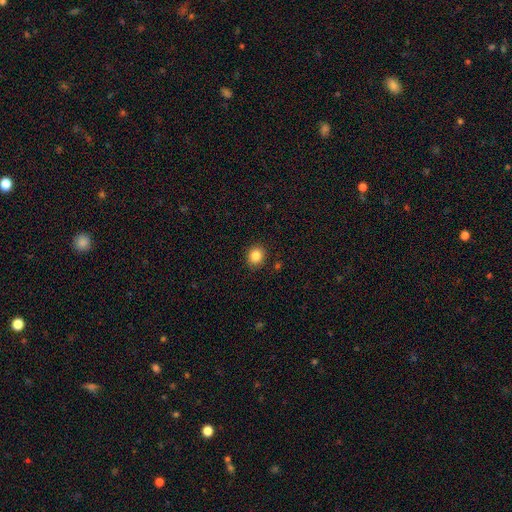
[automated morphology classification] smooth_or_featured: smooth (p=0.85) [alt: star or artifact p=0.10]
how_rounded: round (p=0.77) [alt: in between p=0.23]
merging: none (p=0.90) [alt: minor disturbance p=0.07]